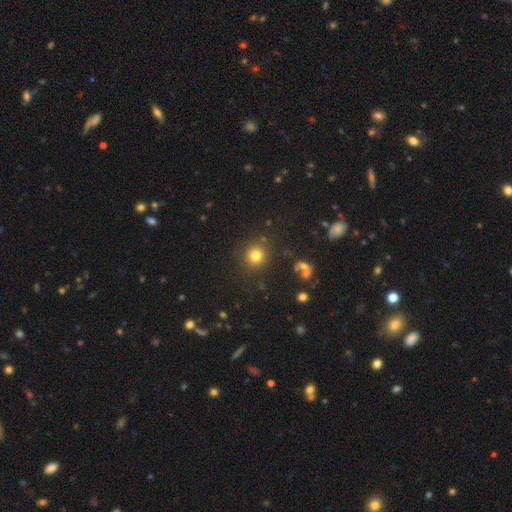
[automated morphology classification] smooth-or-featured: smooth: 79% | star or artifact: 15% | featured or disk: 6%
  how-rounded: round: 91% | in between: 8% | cigar-shaped: 1%
  merging: none: 86% | minor disturbance: 7% | merger: 3% | major disturbance: 3%